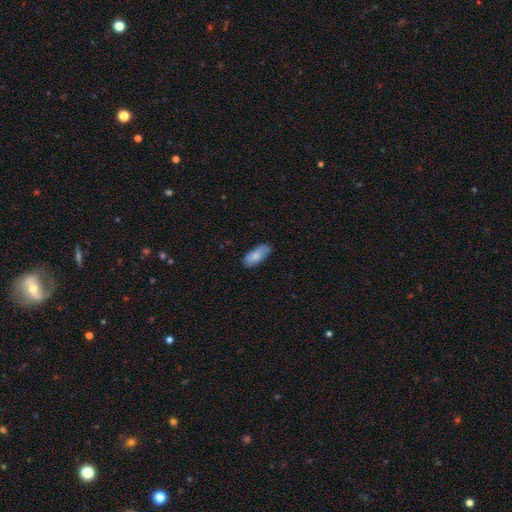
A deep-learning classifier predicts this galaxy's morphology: The model was most divided on "merging": none: 79%, minor disturbance: 17%, major disturbance: 3%, merger: 1%. More confident: how rounded — in between (86%); smooth or featured — smooth (79%).